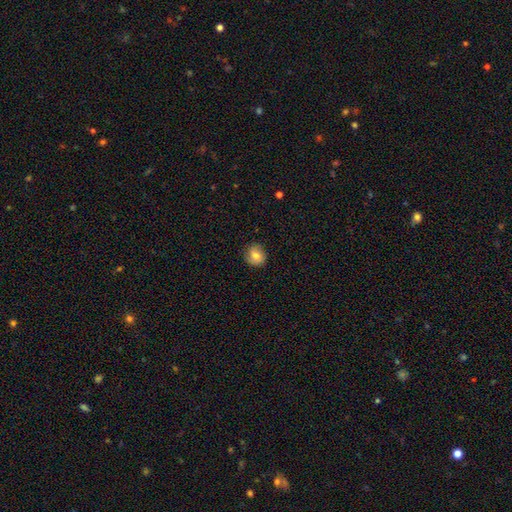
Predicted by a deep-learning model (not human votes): A smooth galaxy with no disk features (75%) that is round (78%). Merging: none (81%).